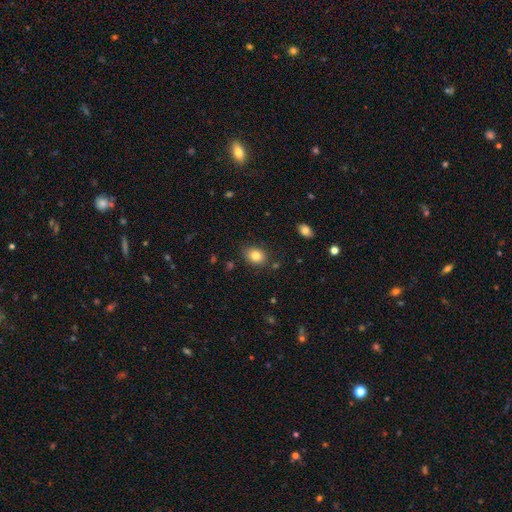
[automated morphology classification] This appears to be a smooth galaxy with no disk features (82%) that is in between round and cigar-shaped (63%). Merging: none (82%).